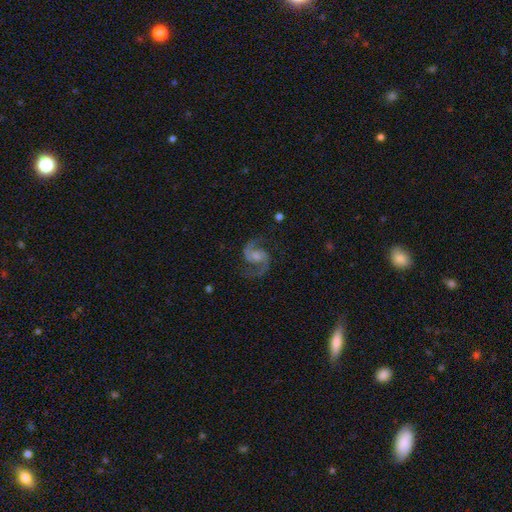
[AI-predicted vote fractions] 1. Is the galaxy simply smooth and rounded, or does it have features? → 92% featured or disk, 5% star or artifact, 4% smooth.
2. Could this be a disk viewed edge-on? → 98% no, 2% yes.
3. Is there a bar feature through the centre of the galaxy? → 56% no, 36% weak, 8% strong.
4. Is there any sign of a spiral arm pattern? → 98% yes, 2% no.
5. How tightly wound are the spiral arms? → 63% medium, 24% loose, 13% tight.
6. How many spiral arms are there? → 94% 2, 1% can't tell, 1% 1, 1% 3, 1% 4, 1% more than 4.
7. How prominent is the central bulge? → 45% small, 36% moderate, 14% none, 4% large, 1% dominant.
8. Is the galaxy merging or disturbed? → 80% none, 12% minor disturbance, 6% major disturbance, 1% merger.